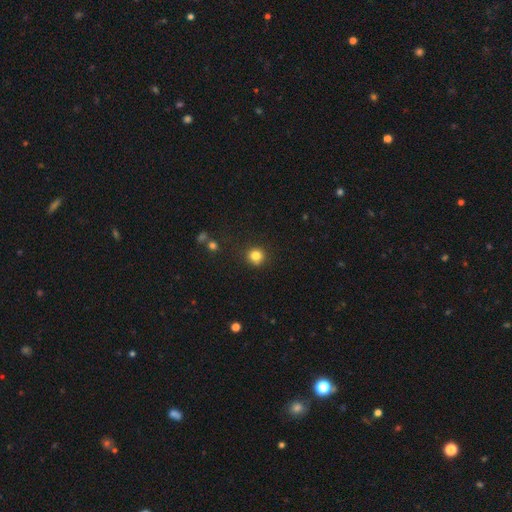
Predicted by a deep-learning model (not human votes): Overall: smooth (83%). How rounded: round (92%). Merging: none (88%).